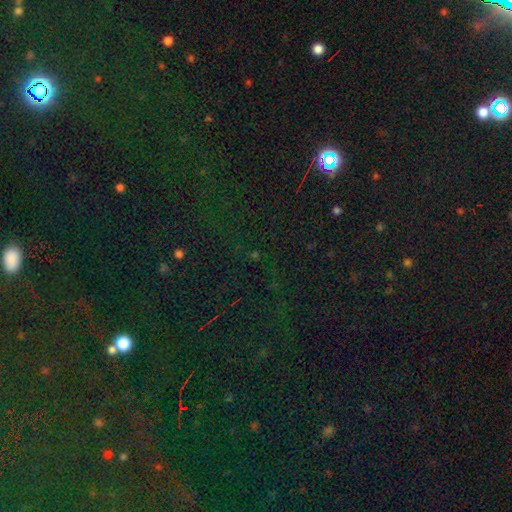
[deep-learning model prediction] star or artifact 74%, smooth 17%, featured or disk 9%.